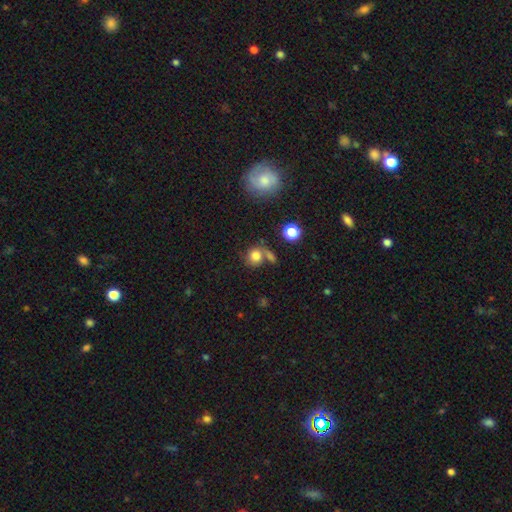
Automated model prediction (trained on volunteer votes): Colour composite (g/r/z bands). It shows a smooth galaxy with no disk features (76%) that is round (78%). Merging: none (48%).